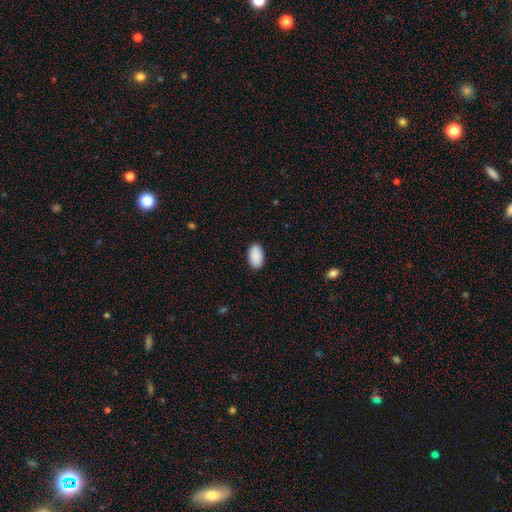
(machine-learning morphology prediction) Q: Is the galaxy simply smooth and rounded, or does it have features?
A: smooth — 91%.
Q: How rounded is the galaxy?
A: in between — 95%.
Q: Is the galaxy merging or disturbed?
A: none — 89%.